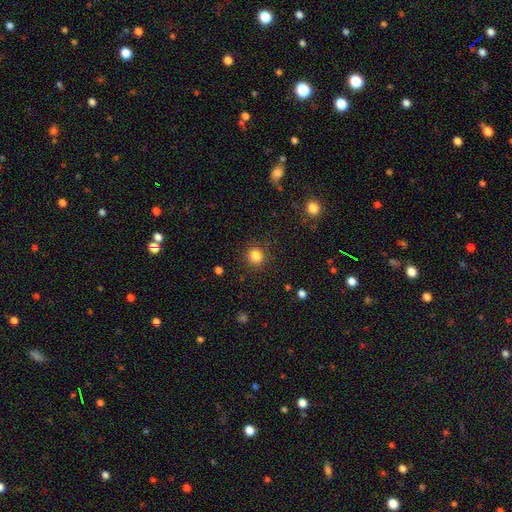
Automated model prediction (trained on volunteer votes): Smooth or featured? smooth (82%)
How rounded? round (91%)
Merging? none (87%)